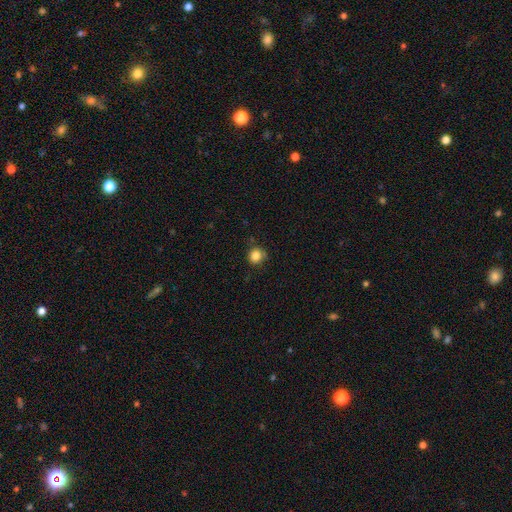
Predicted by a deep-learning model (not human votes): This appears to be a smooth galaxy with no disk features (84%) that is round (88%). Merging: none (75%).